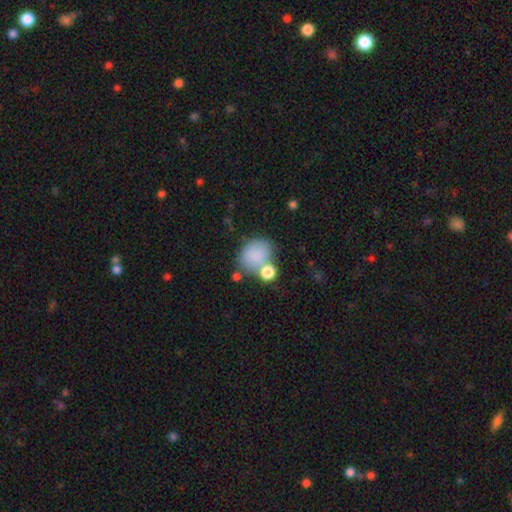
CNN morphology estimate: Overall: smooth (80%). How rounded: round (58%; in between 41%). Merging: none (48%; merger 25%).